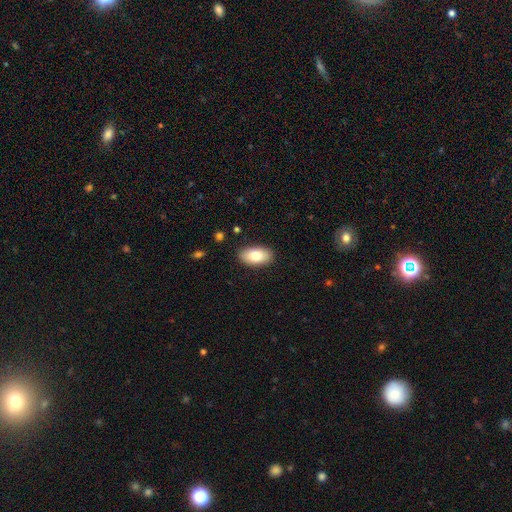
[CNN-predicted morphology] Smooth or featured? Predicted: smooth (p=0.79). How rounded? Predicted: in between (p=0.94). Merging? Predicted: none (p=0.88).